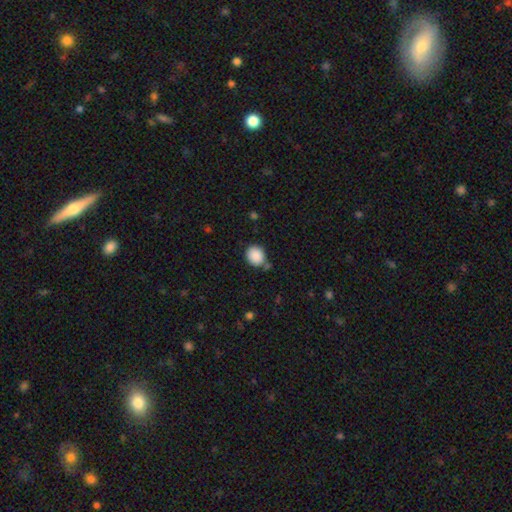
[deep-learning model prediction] The model was most divided on "how rounded": round: 69%, in between: 30%, cigar-shaped: 1%. More confident: smooth or featured — smooth (89%); merging — none (75%).